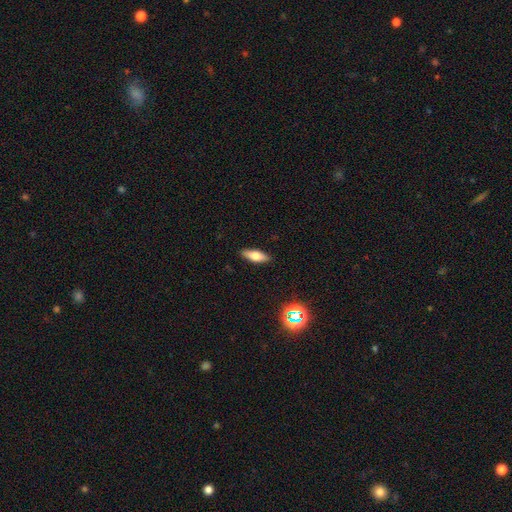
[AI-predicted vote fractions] A smooth galaxy with no disk features (63%) that is in between round and cigar-shaped (63%). Merging: none (89%).